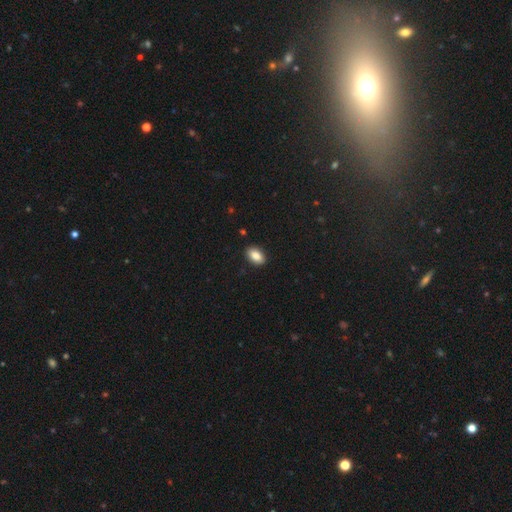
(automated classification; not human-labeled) This appears to be a smooth galaxy with no disk features (86%) that is in between round and cigar-shaped (90%). Merging: none (90%).